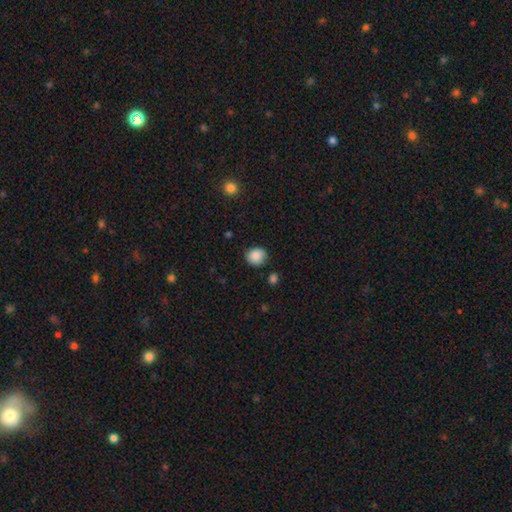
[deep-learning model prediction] Morphology: type=smooth (86%); roundness=round (84%); merging=none (81%).